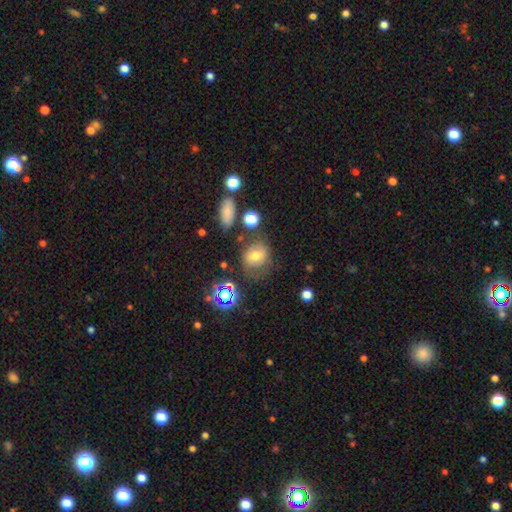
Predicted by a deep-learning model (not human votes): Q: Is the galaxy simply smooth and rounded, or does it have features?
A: smooth — 54%.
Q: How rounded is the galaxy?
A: round — 66%.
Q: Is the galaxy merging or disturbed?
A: none — 60%.